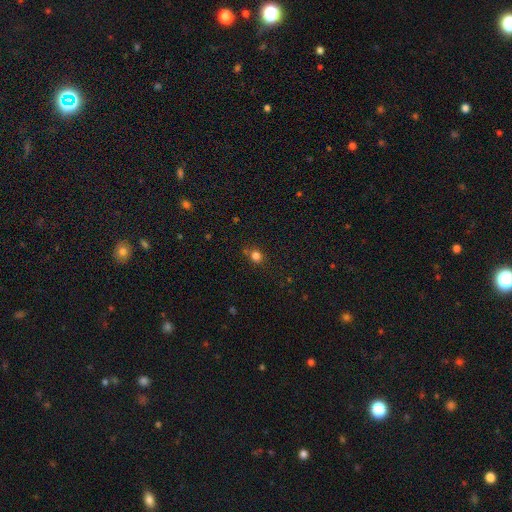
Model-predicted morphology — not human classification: The model was most divided on "merging": none: 76%, minor disturbance: 12%, merger: 9%, major disturbance: 4%. More confident: how rounded — round (83%); smooth or featured — smooth (80%).